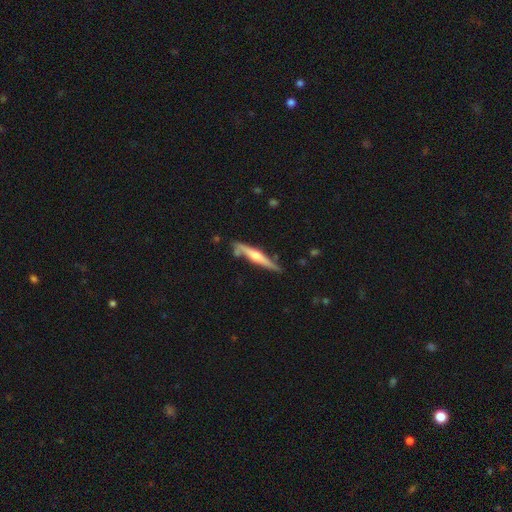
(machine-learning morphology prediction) Smooth or featured: featured or disk — 66% (smooth — 29%)
Edge-on disk: yes — 94% (no — 6%)
Edge-on bulge: rounded — 83% (none — 10%)
Merging: none — 73% (minor disturbance — 18%)